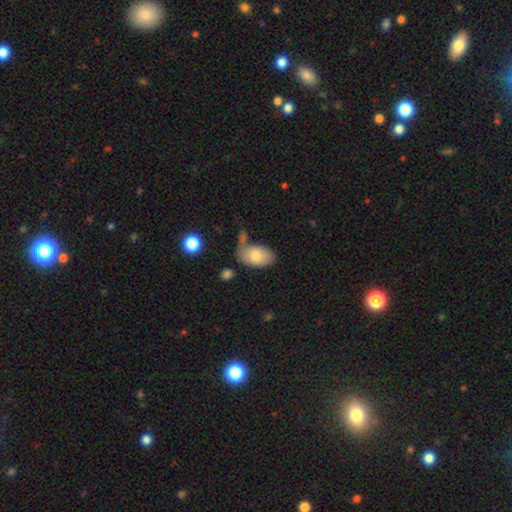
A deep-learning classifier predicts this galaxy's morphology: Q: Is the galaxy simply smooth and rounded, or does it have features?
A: smooth — 79%.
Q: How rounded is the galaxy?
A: in between — 92%.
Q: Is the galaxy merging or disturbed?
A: none — 48%.